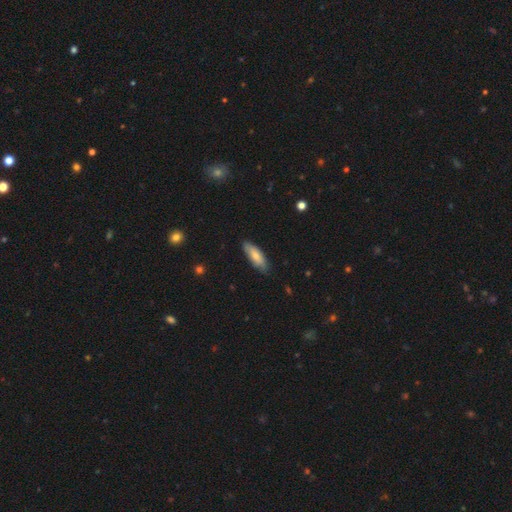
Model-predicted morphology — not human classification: Smooth or featured? smooth (76%)
How rounded? in between (60%)
Merging? none (81%)